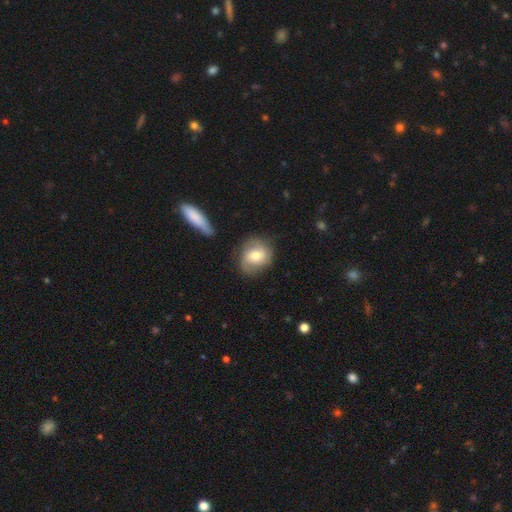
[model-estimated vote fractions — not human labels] Smooth or featured? Predicted: smooth (p=0.56). How rounded? Predicted: round (p=0.68). Merging? Predicted: none (p=0.67).